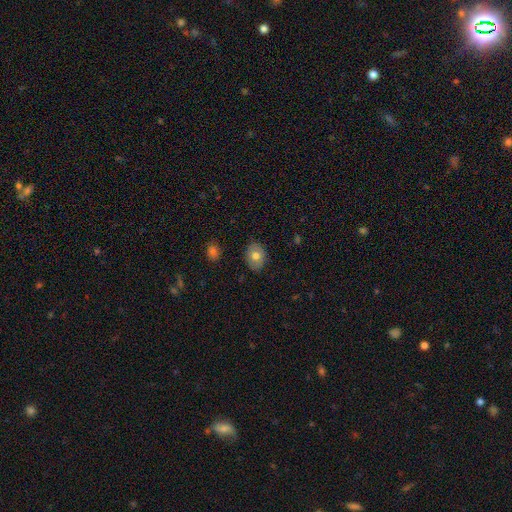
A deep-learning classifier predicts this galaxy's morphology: smooth 72%, featured or disk 20%, star or artifact 8%. Down the decision tree: how rounded — in between (67%); merging — none (85%).